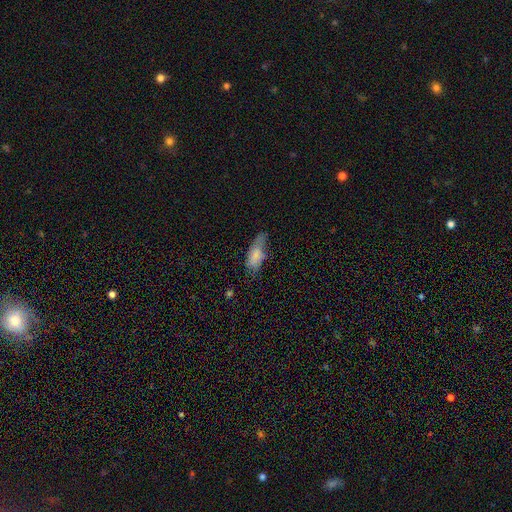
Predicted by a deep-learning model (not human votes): smooth-or-featured: smooth: 76% | featured or disk: 16% | star or artifact: 8%
  how-rounded: in between: 76% | cigar-shaped: 21% | round: 3%
  merging: minor disturbance: 37% (tied) | none: 37% (tied) | major disturbance: 22% | merger: 4%